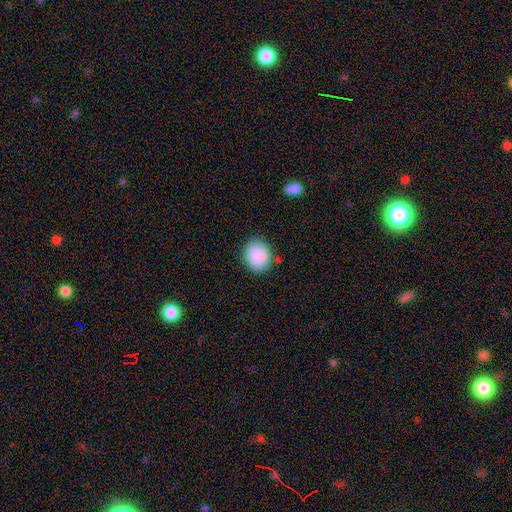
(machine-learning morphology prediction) A smooth galaxy with no disk features (89%) that is round (58%).

Vote fractions:
- Smooth or featured? smooth: 89% / star or artifact: 8% / featured or disk: 4%
- How rounded? round: 58% / in between: 41% / cigar-shaped: 1%
- Merging? none: 82% / minor disturbance: 12% / major disturbance: 3% / merger: 2%